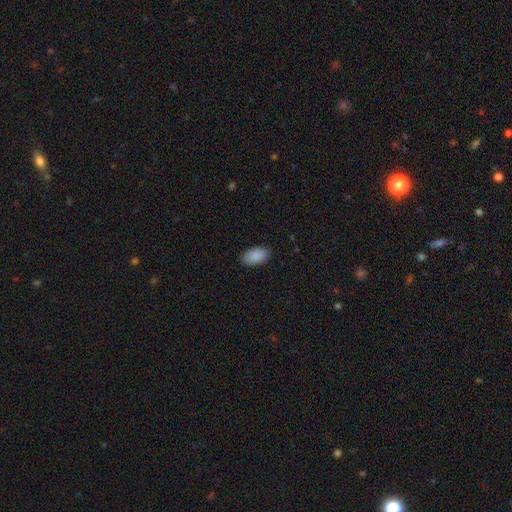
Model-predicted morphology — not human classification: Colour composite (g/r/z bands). It shows a smooth galaxy with no disk features (89%) that is in between round and cigar-shaped (95%). Merging: none (88%).